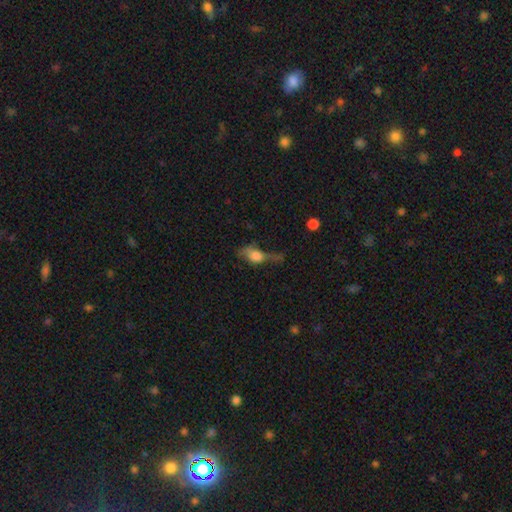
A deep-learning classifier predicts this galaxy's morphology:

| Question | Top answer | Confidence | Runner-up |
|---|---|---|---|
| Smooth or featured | smooth | 57% | featured or disk (31%) |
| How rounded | in between | 62% | round (19%) |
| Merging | major disturbance | 43% | none (26%) |